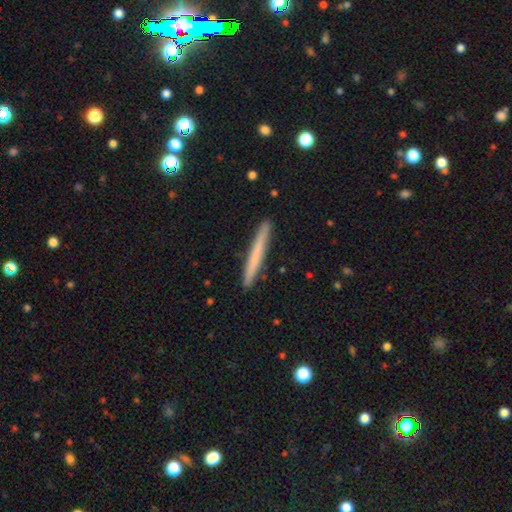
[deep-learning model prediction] This is likely a smooth galaxy (65%). How rounded: clearly cigar-shaped (97%). Merging: clearly none (92%).